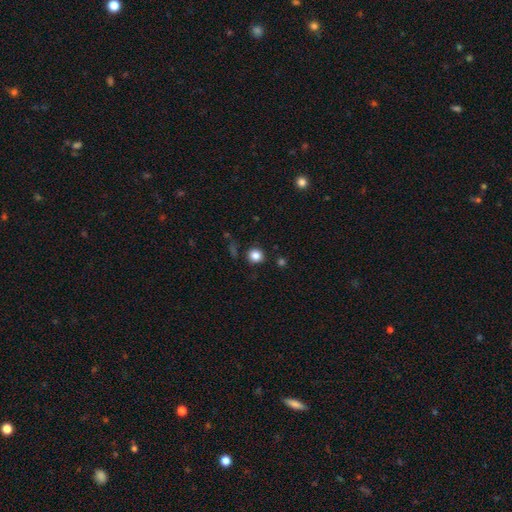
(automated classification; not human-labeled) This is clearly a smooth galaxy (83%). How rounded: clearly round (87%). Merging: clearly none (88%).